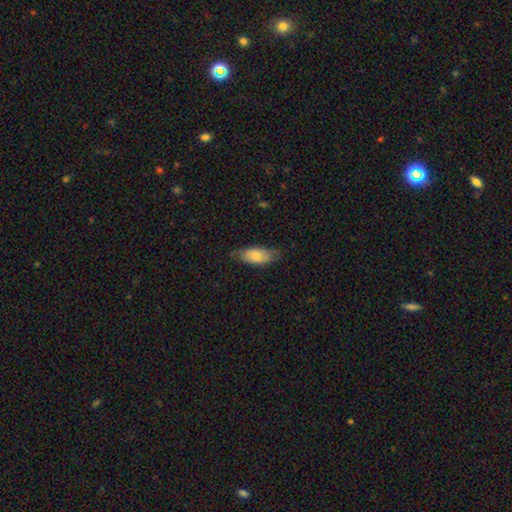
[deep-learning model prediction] This is likely a smooth galaxy (70%). How rounded: clearly in between (87%). Merging: likely none (68%).